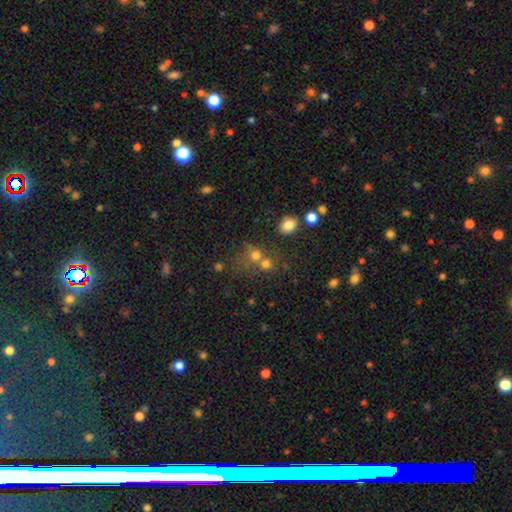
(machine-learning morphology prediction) smooth_or_featured: smooth (p=0.69) [alt: star or artifact p=0.20]
how_rounded: round (p=0.79) [alt: in between p=0.20]
merging: none (p=0.44) [alt: merger p=0.41]